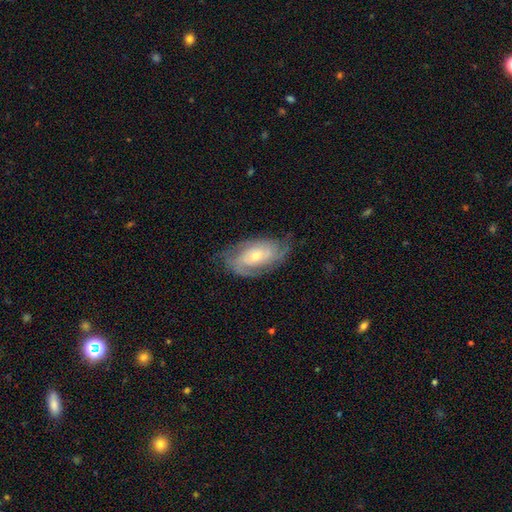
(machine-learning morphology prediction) Smooth or featured: featured or disk — 80% (smooth — 15%)
Edge-on disk: no — 94% (yes — 6%)
Bar: no — 65% (weak — 27%)
Spiral arms: yes — 93% (no — 7%)
Spiral winding: tight — 55% (medium — 34%)
Spiral arm count: 2 — 38% (can't tell — 29%)
Bulge size: moderate — 49% (small — 47%)
Merging: none — 69% (minor disturbance — 21%)